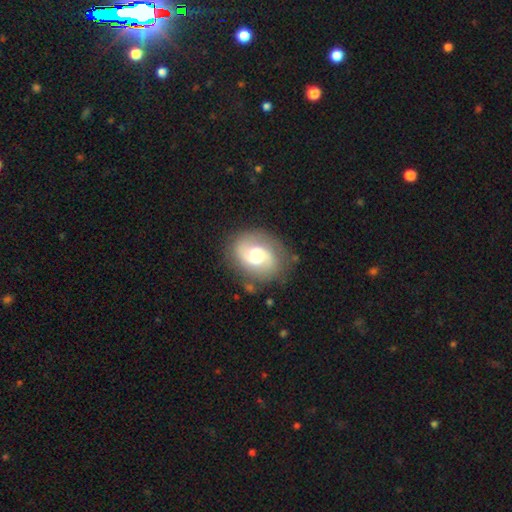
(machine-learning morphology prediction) Smooth or featured?
  - featured or disk: 75% *
  - smooth: 19%
  - star or artifact: 6%
Edge-on disk?
  - no: 98% *
  - yes: 2%
Bar?
  - no: 47% *
  - weak: 44%
  - strong: 9%
Spiral arms?
  - yes: 93% *
  - no: 7%
Spiral winding?
  - medium: 50% *
  - loose: 26%
  - tight: 24%
Spiral arm count?
  - 2: 88% *
  - can't tell: 5%
  - 1: 3%
  - 3: 1%
  - 4: 1%
  - more than 4: 1%
Bulge size?
  - moderate: 58% *
  - large: 27%
  - small: 11%
  - dominant: 3%
  - none: 2%
Merging?
  - none: 77% *
  - minor disturbance: 15%
  - major disturbance: 6%
  - merger: 2%